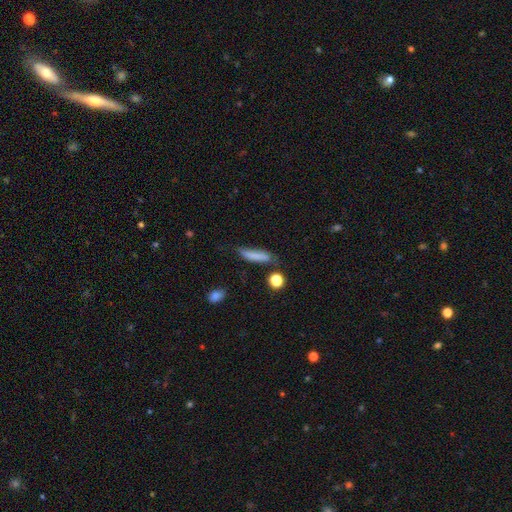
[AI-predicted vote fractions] A smooth galaxy with no disk features (78%) that is cigar-shaped (74%). Merging: none (62%).